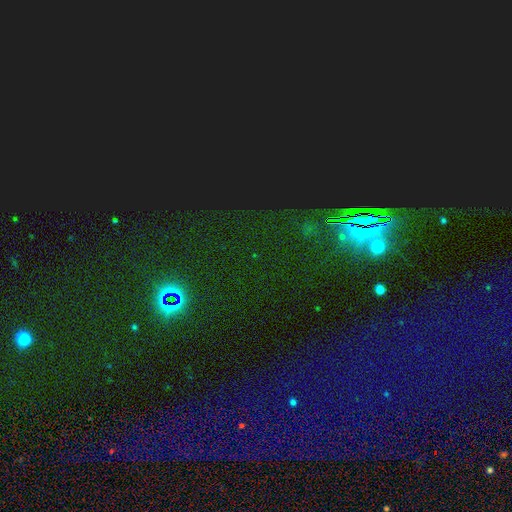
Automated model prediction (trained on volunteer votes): A star or artifact, not a galaxy (82%).